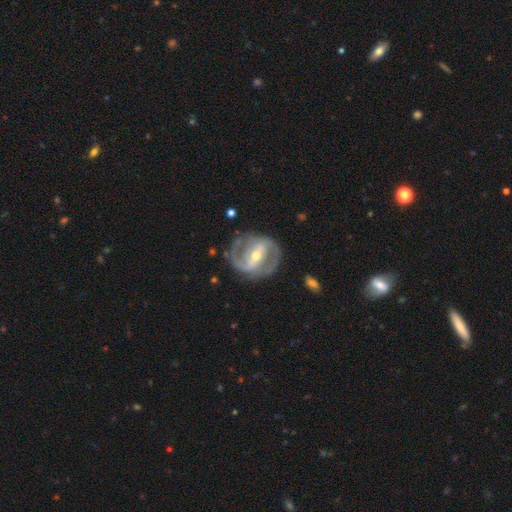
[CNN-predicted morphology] featured or disk 86%, smooth 9%, star or artifact 5%. Down the decision tree: edge-on disk — no (97%); bar — strong (55%); spiral arms — yes (90%); spiral arm count — 2 (85%); spiral winding — medium (50%); bulge size — moderate (55%); merging — none (77%).